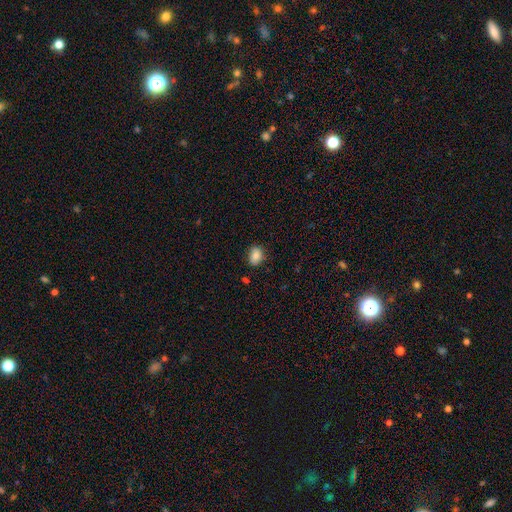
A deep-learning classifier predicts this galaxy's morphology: This appears to be a smooth galaxy with no disk features (85%) that is in between round and cigar-shaped (70%). Merging: none (81%).